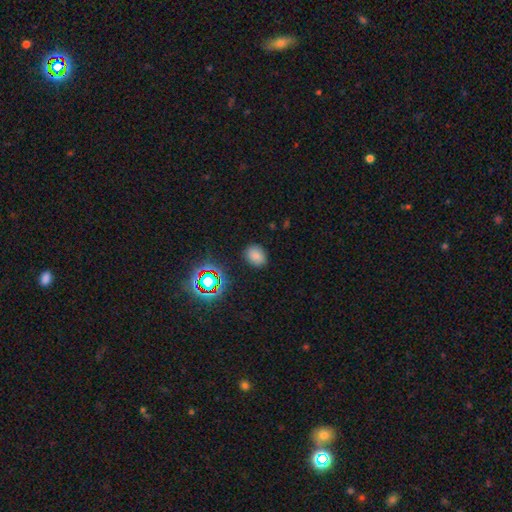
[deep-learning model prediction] The model was most divided on "how rounded": in between: 63%, round: 36%, cigar-shaped: 1%. More confident: merging — none (84%); smooth or featured — smooth (76%).